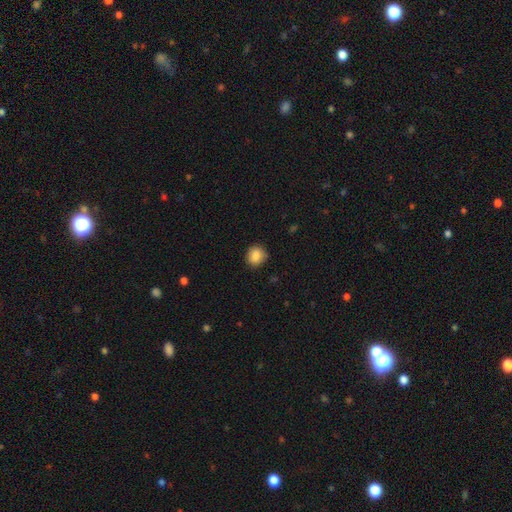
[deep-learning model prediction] smooth_or_featured: smooth (p=0.87) [alt: star or artifact p=0.08]
how_rounded: round (p=0.76) [alt: in between p=0.23]
merging: none (p=0.85) [alt: minor disturbance p=0.11]